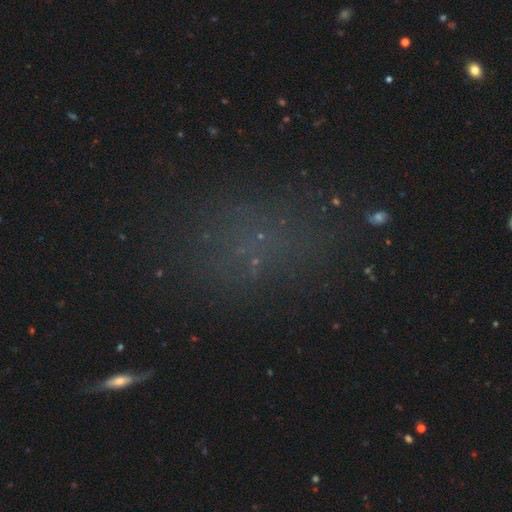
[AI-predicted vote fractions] Smooth or featured: star or artifact — 45% (smooth — 37%)